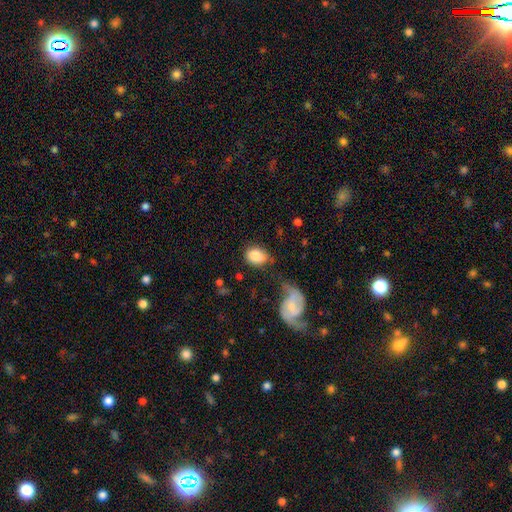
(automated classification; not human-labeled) The model was most divided on "how rounded": in between: 66%, round: 33%, cigar-shaped: 1%. More confident: smooth or featured — smooth (82%); merging — none (60%).